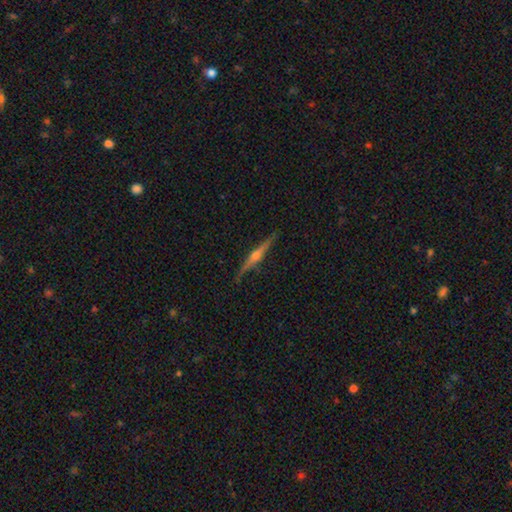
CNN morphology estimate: A featured or disk galaxy (80%) viewed edge-on (98%) with a rounded central bulge (90%). Merging: none (87%).